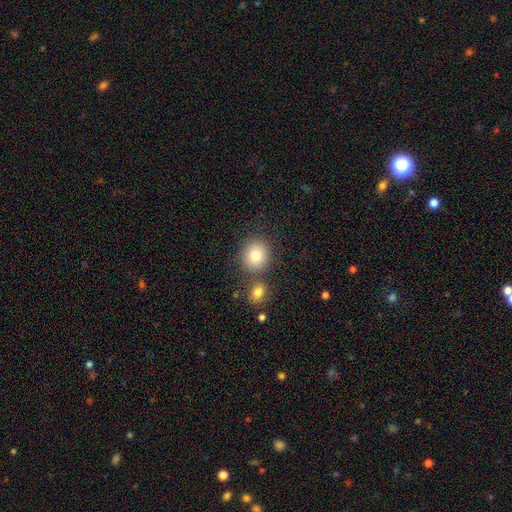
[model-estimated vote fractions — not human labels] Smooth or featured?
  - smooth: 81% *
  - star or artifact: 10%
  - featured or disk: 9%
How rounded?
  - round: 83% *
  - in between: 16%
  - cigar-shaped: 1%
Merging?
  - none: 73% *
  - merger: 15%
  - minor disturbance: 9%
  - major disturbance: 3%